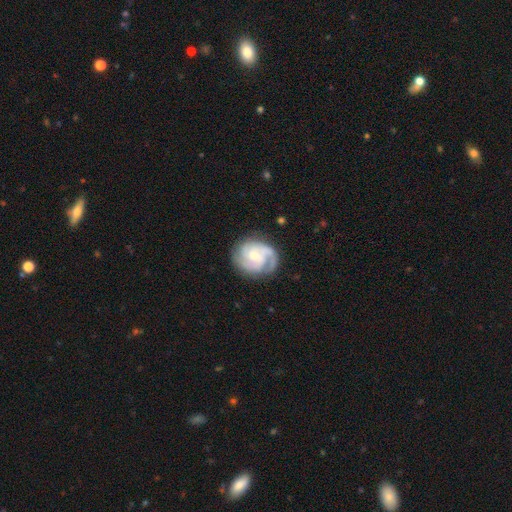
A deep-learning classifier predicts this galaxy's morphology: This is clearly a featured or disk galaxy (84%). It is clearly not viewed edge-on (98%). Bar: possibly no (51%). Spiral arm pattern: clearly yes (97%). Spiral arm count: marginally 2 (36%). Spiral winding: possibly tight (52%). Central bulge: possibly small (47%). Merging: likely none (74%).